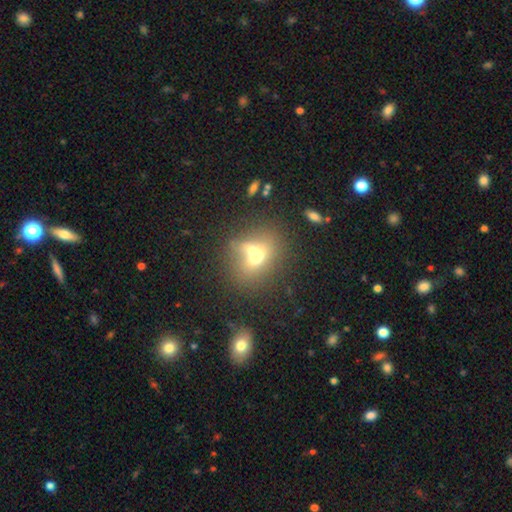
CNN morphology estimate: smooth_or_featured: smooth (p=0.61) [alt: featured or disk p=0.24]
how_rounded: round (p=0.60) [alt: in between p=0.39]
merging: merger (p=0.44) [alt: none p=0.38]